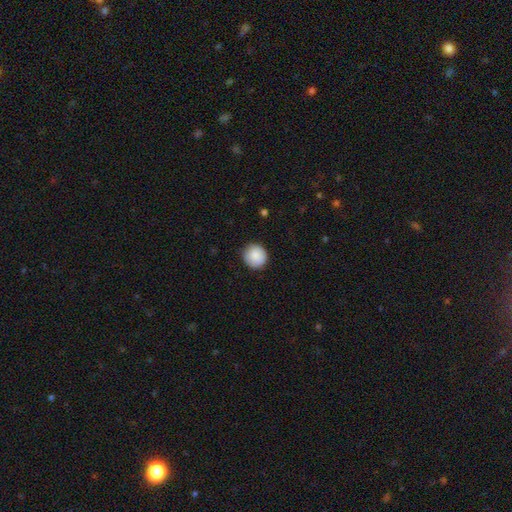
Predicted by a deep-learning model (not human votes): A smooth galaxy with no disk features (87%) that is round (94%).

Vote fractions:
- Smooth or featured? smooth: 87% / star or artifact: 7% / featured or disk: 6%
- How rounded? round: 94% / in between: 5% / cigar-shaped: 1%
- Merging? none: 89% / minor disturbance: 8% / major disturbance: 2% / merger: 1%